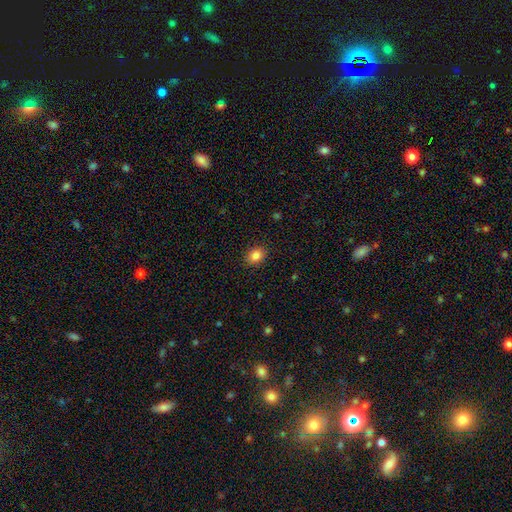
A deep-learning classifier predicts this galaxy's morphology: The model was most divided on "how rounded": in between: 55%, round: 44%, cigar-shaped: 1%. More confident: merging — none (89%); smooth or featured — smooth (85%).